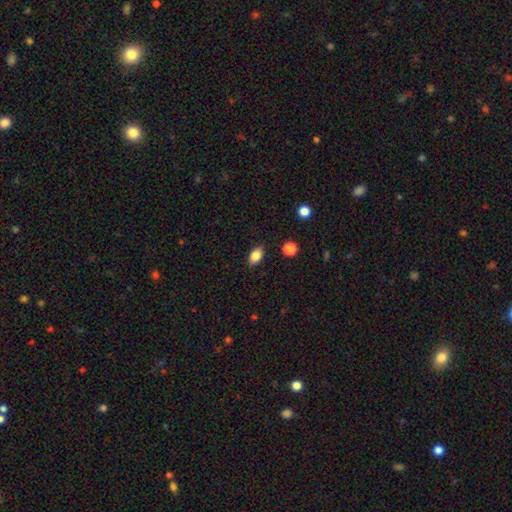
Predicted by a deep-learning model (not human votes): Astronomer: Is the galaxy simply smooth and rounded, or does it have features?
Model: smooth — 85%.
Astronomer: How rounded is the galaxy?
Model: in between — 85%.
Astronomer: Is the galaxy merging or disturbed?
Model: none — 86%.